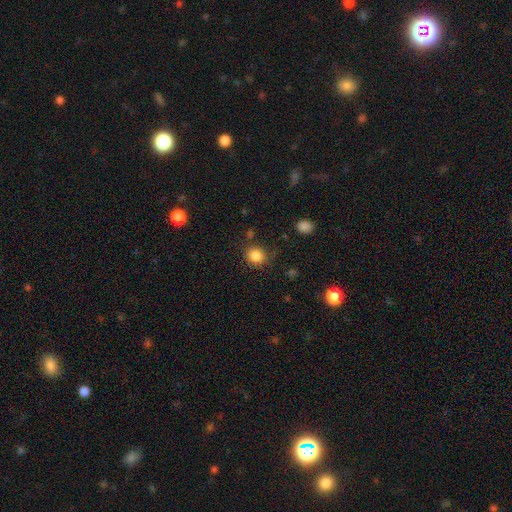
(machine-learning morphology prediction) Overall: smooth (85%). How rounded: round (84%). Merging: none (82%).